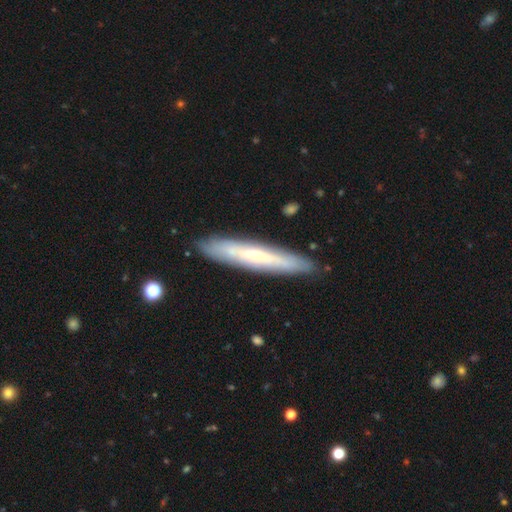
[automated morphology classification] This appears to be a featured or disk galaxy (60%) viewed edge-on (75%). Merging: none (88%).